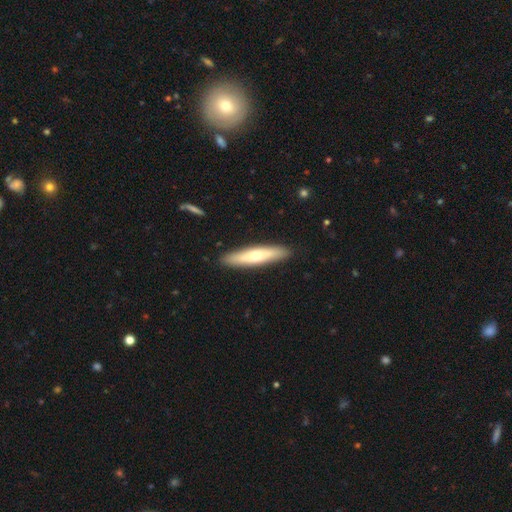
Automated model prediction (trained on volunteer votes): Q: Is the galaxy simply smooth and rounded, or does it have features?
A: smooth — 57%.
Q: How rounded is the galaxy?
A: cigar-shaped — 82%.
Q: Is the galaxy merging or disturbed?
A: none — 90%.